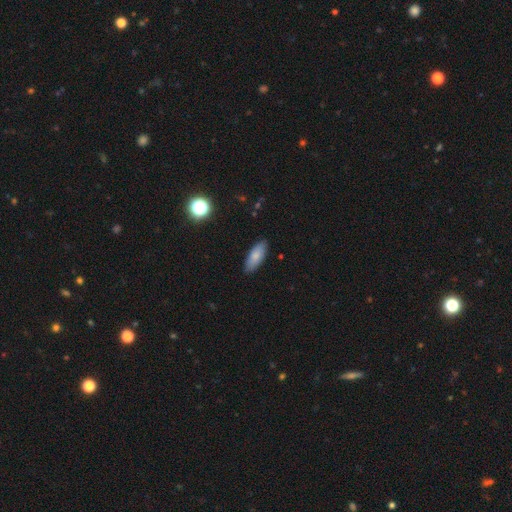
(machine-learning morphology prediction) The model was most divided on "how rounded": in between: 76%, cigar-shaped: 22%, round: 2%. More confident: merging — none (87%); smooth or featured — smooth (81%).